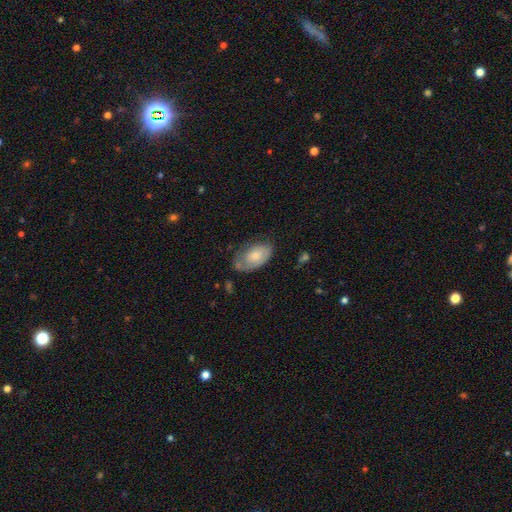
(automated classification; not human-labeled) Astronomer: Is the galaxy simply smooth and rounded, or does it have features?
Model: smooth — 66%.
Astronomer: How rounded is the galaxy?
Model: in between — 94%.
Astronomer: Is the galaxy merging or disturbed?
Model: none — 53% (runner-up: minor disturbance, 31%).